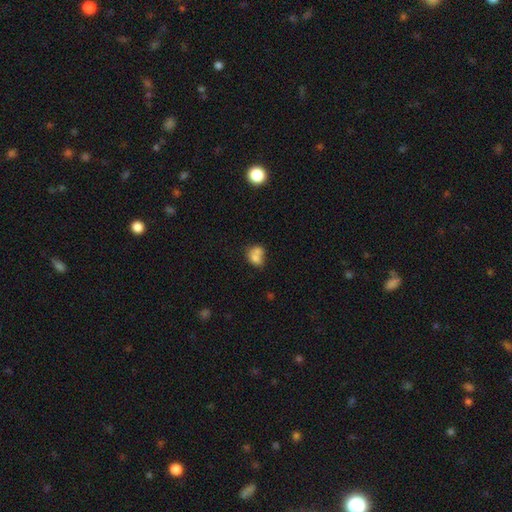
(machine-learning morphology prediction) Smooth or featured: smooth — 72% (featured or disk — 18%)
How rounded: in between — 52% (round — 47%)
Merging: merger — 60% (none — 23%)